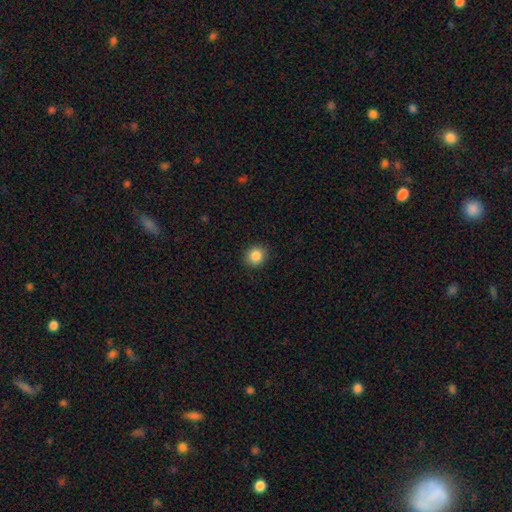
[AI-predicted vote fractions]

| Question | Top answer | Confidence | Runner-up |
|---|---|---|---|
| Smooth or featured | smooth | 86% | star or artifact (10%) |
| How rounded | round | 85% | in between (14%) |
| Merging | none | 90% | minor disturbance (7%) |